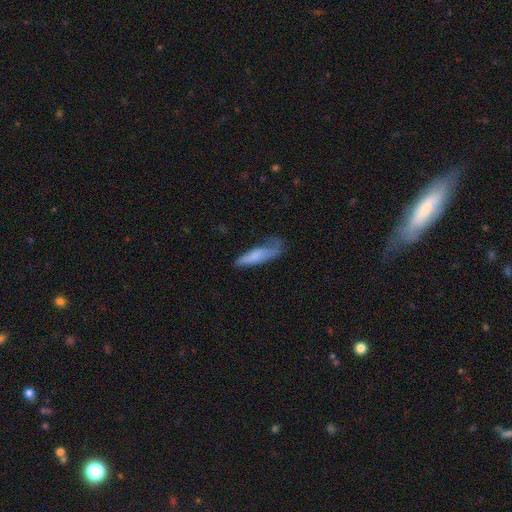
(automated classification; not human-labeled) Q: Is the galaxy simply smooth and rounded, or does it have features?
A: smooth — 73%.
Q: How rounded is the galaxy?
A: cigar-shaped — 71%.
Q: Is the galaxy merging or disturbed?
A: none — 46%.